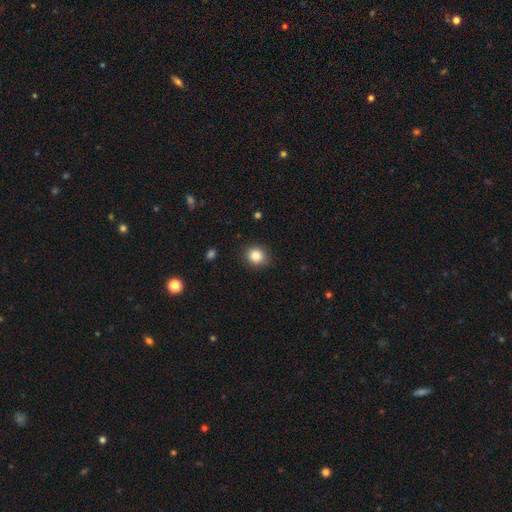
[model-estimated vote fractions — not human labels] smooth_or_featured: smooth (p=0.84) [alt: star or artifact p=0.10]
how_rounded: round (p=0.81) [alt: in between p=0.18]
merging: none (p=0.87) [alt: minor disturbance p=0.10]